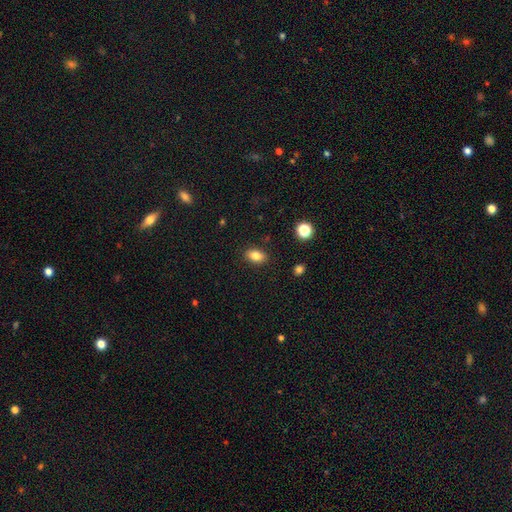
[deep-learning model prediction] smooth_or_featured: smooth (p=0.83) [alt: star or artifact p=0.10]
how_rounded: in between (p=0.85) [alt: round p=0.14]
merging: none (p=0.87) [alt: minor disturbance p=0.09]